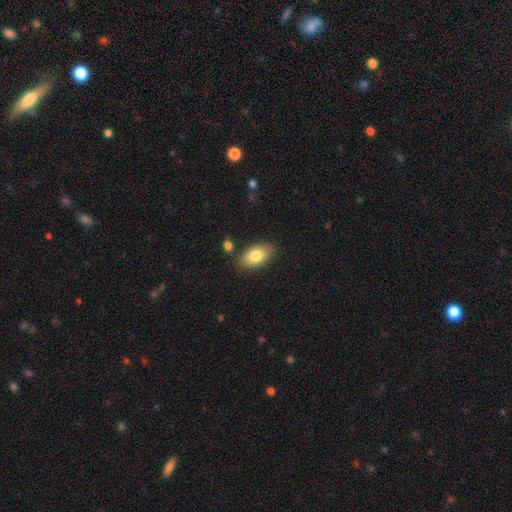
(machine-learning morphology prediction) smooth 83%, featured or disk 11%, star or artifact 7%. Down the decision tree: how rounded — in between (93%); merging — none (82%).